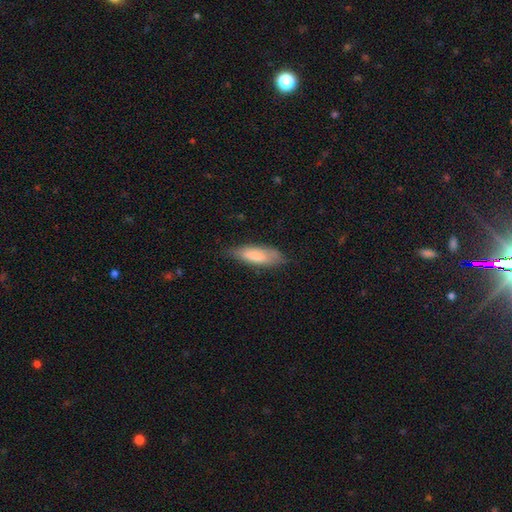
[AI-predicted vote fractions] Overall: smooth (76%). How rounded: in between (53%; cigar-shaped 45%). Merging: none (69%).